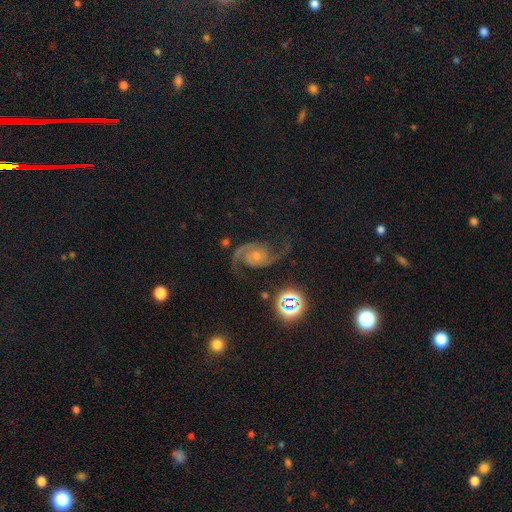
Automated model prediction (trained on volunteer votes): smooth-or-featured: featured or disk: 88% | star or artifact: 8% | smooth: 4%
  disk-edge-on: no: 98% | yes: 2%
    bar: no: 71% | weak: 22% | strong: 6%
    has-spiral-arms: yes: 98% | no: 2%
      spiral-winding: medium: 47% | loose: 42% | tight: 11%
      spiral-arm-count: 2: 94% | can't tell: 1% | 1: 1% | 3: 1% | 4: 1% | more than 4: 1%
    bulge-size: small: 56% | moderate: 33% | none: 6% | large: 4% | dominant: 2%
  merging: none: 74% | minor disturbance: 15% | major disturbance: 9% | merger: 2%